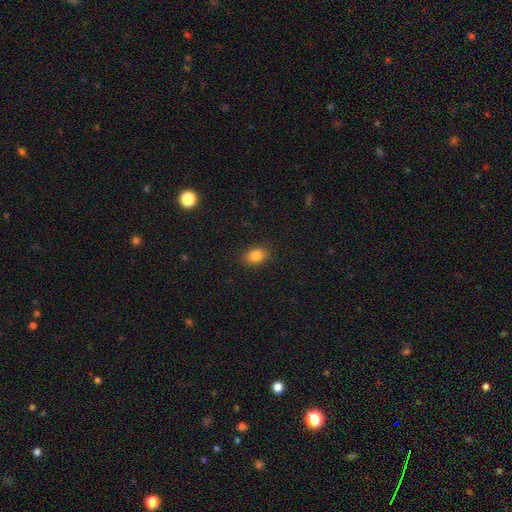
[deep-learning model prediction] Smooth or featured: smooth — 84% (star or artifact — 10%)
How rounded: in between — 69% (round — 30%)
Merging: none — 88% (minor disturbance — 9%)